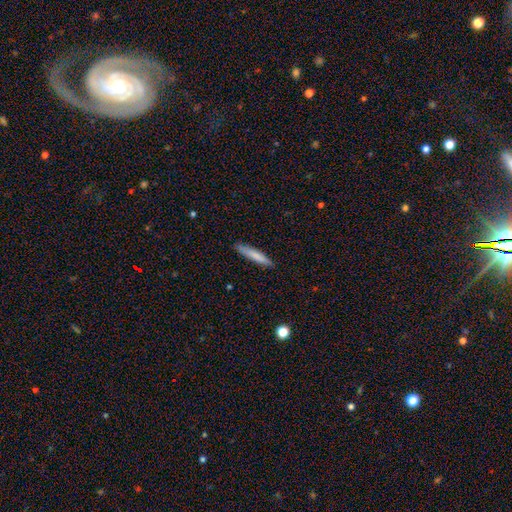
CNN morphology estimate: This is likely a smooth galaxy (78%). How rounded: clearly cigar-shaped (91%). Merging: clearly none (88%).